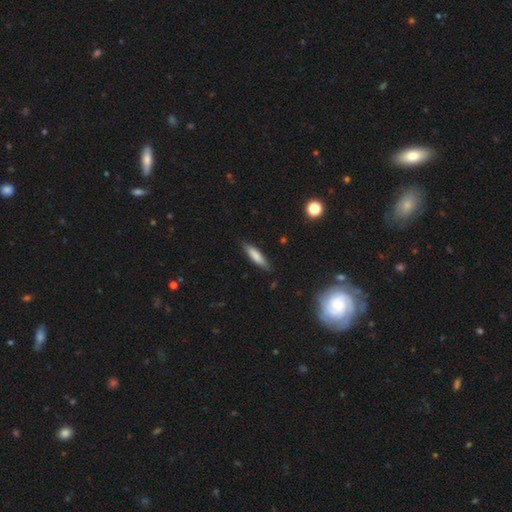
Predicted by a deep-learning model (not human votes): Overall: smooth (75%). How rounded: cigar-shaped (77%). Merging: none (85%).